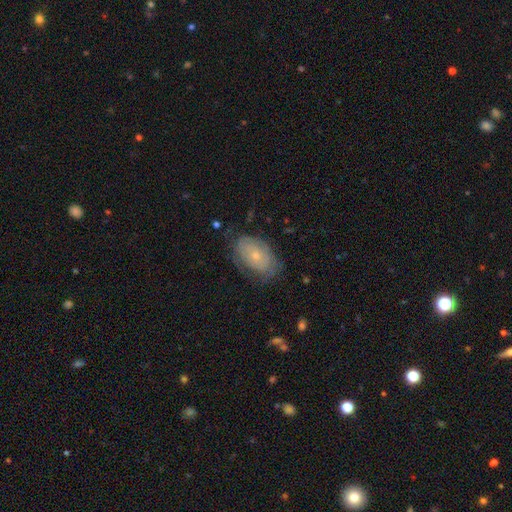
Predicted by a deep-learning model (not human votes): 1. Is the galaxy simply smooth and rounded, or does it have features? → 47% featured or disk, 46% smooth, 8% star or artifact.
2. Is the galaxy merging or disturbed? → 66% none, 24% minor disturbance, 10% major disturbance, 1% merger.